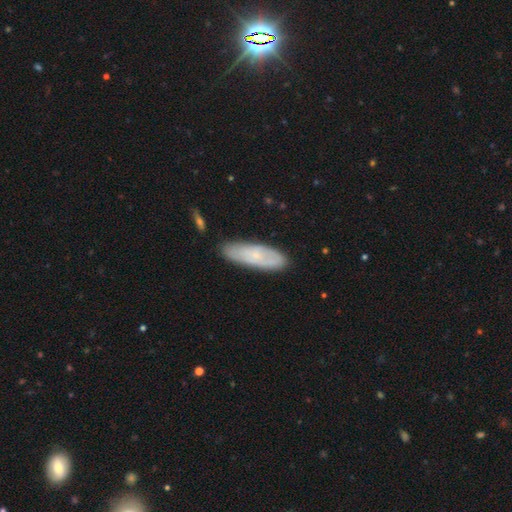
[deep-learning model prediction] Smooth or featured? smooth (55%)
How rounded? in between (49%, tied with cigar-shaped)
Merging? none (80%)